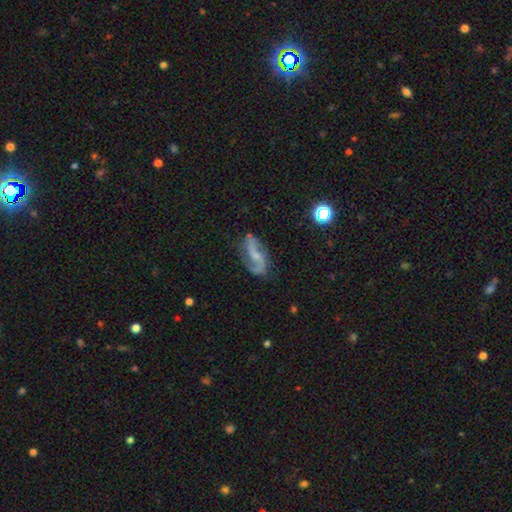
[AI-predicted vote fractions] Smooth or featured?
  - featured or disk: 82% *
  - smooth: 11%
  - star or artifact: 7%
Edge-on disk?
  - no: 96% *
  - yes: 4%
Bar?
  - weak: 44% *
  - no: 37%
  - strong: 19%
Spiral arms?
  - yes: 95% *
  - no: 5%
Spiral winding?
  - loose: 57% *
  - medium: 33%
  - tight: 10%
Spiral arm count?
  - 2: 89% *
  - 1: 5%
  - can't tell: 4%
  - 3: 1%
  - 4: 1%
  - more than 4: 1%
Bulge size?
  - small: 53% *
  - moderate: 25%
  - none: 19%
  - large: 2%
  - dominant: 1%
Merging?
  - none: 70% *
  - minor disturbance: 18%
  - major disturbance: 9%
  - merger: 2%